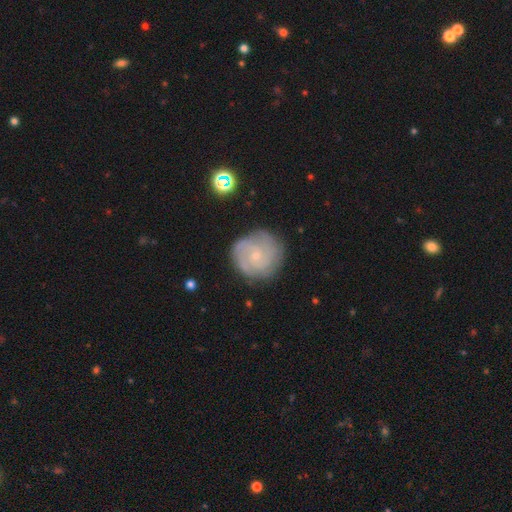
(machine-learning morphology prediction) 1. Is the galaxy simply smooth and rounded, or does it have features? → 76% featured or disk, 17% smooth, 7% star or artifact.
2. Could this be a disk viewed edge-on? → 98% no, 2% yes.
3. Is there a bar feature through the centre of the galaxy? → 75% no, 22% weak, 3% strong.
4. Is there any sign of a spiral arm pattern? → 94% yes, 6% no.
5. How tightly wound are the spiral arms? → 66% tight, 28% medium, 6% loose.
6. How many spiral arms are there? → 29% 2, 27% can't tell, 25% 3, 9% 4, 5% 1, 5% more than 4.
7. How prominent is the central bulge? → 83% small, 12% moderate, 3% none, 1% large, 1% dominant.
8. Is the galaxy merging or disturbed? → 79% none, 14% minor disturbance, 5% major disturbance, 2% merger.